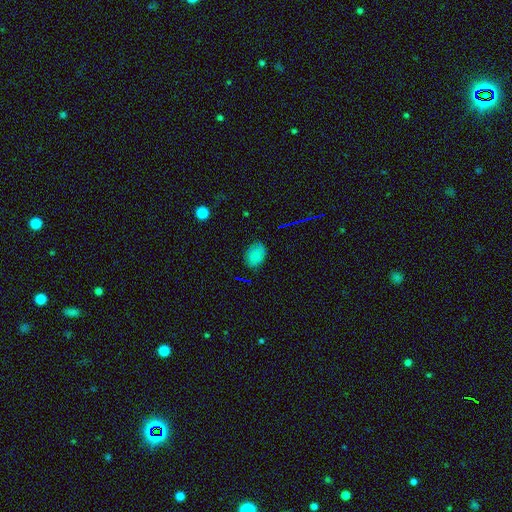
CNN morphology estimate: type=smooth (80%); roundness=in between (81%); merging=none (82%).